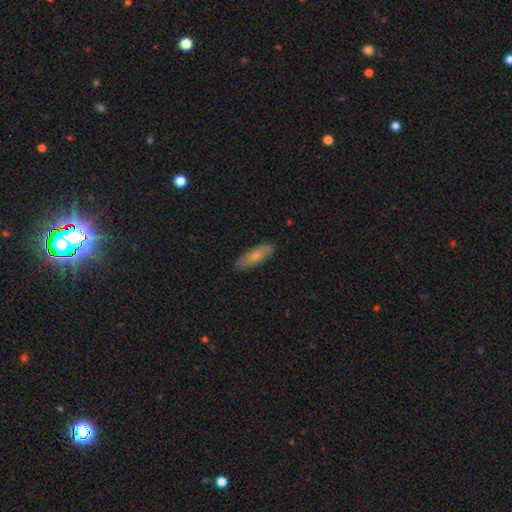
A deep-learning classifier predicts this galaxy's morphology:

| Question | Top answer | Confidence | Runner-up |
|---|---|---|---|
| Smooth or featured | smooth | 73% | featured or disk (21%) |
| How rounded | in between | 58% | cigar-shaped (40%) |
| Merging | none | 81% | minor disturbance (16%) |